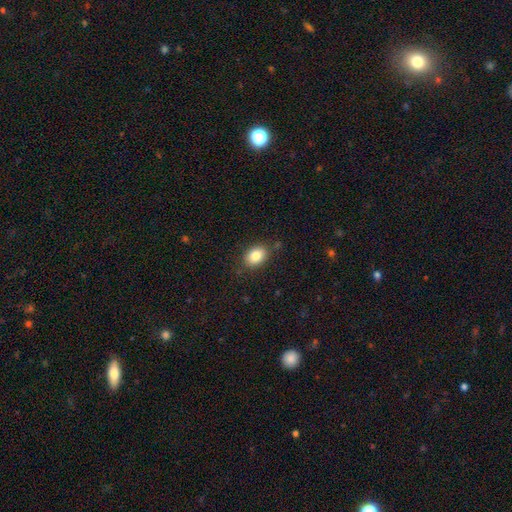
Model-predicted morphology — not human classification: Smooth or featured? Predicted: smooth (p=0.84). How rounded? Predicted: in between (p=0.74). Merging? Predicted: none (p=0.83).